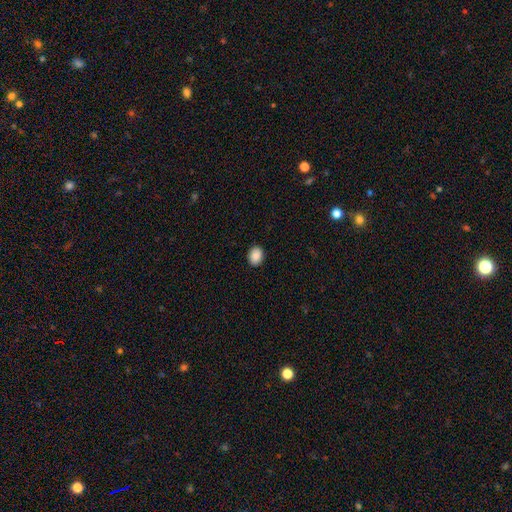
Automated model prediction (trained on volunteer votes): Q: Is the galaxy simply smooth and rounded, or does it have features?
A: smooth — 89%.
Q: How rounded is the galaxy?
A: in between — 58%.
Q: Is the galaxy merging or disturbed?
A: none — 90%.